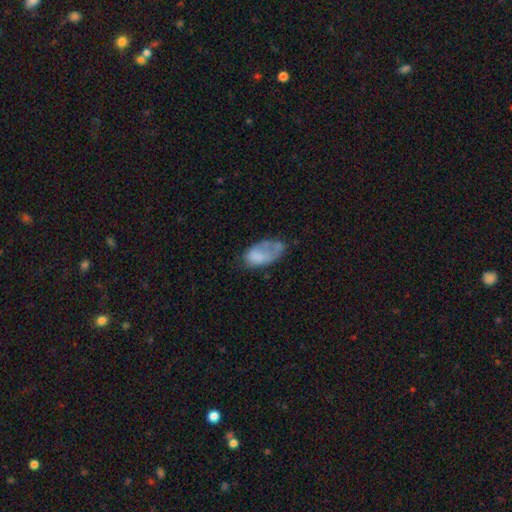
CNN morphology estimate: Smooth or featured? smooth (62%)
How rounded? in between (92%)
Merging? none (33%)